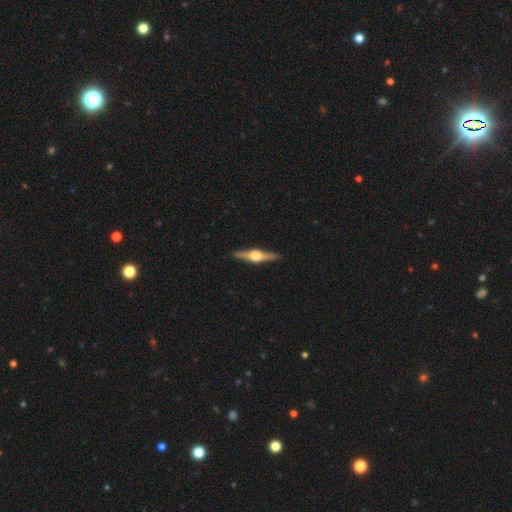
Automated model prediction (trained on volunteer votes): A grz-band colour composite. It shows a featured or disk galaxy (83%) viewed edge-on (98%) with a rounded central bulge (96%). Merging: none (92%).